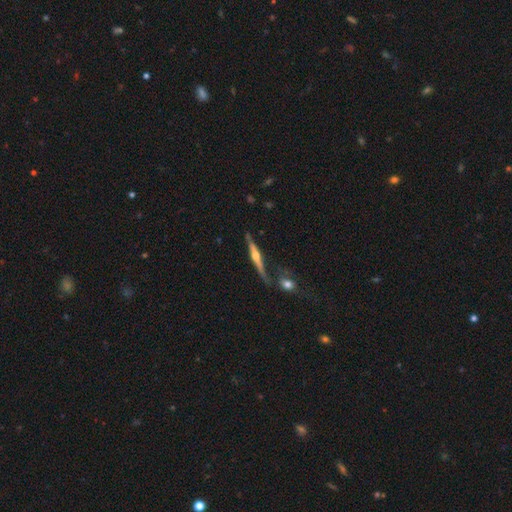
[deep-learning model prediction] Q: Smooth or featured?
A: featured or disk (76%); runner-up: smooth (18%)
Q: Edge-on disk?
A: yes (97%); runner-up: no (3%)
Q: Edge-on bulge?
A: rounded (92%); runner-up: none (4%)
Q: Merging?
A: none (69%); runner-up: minor disturbance (15%)